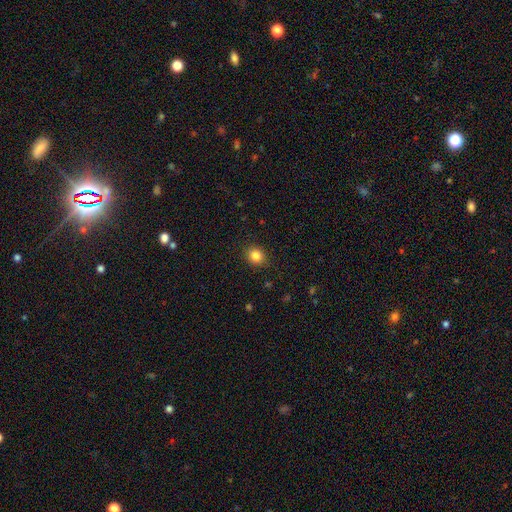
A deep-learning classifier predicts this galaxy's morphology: Smooth or featured: smooth — 84% (star or artifact — 11%)
How rounded: round — 69% (in between — 30%)
Merging: none — 89% (minor disturbance — 8%)